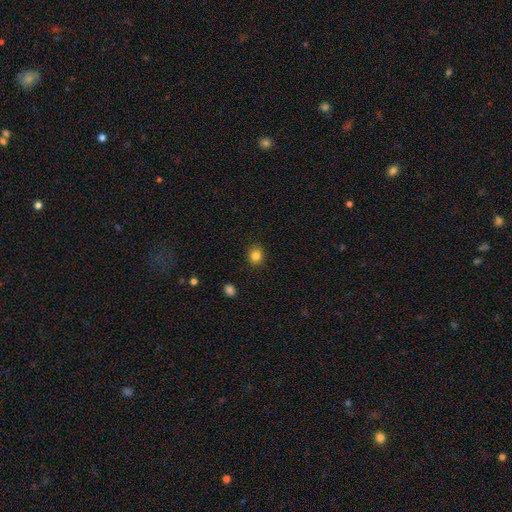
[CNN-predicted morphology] Smooth or featured: smooth — 84% (star or artifact — 11%)
How rounded: round — 82% (in between — 17%)
Merging: none — 90% (minor disturbance — 7%)